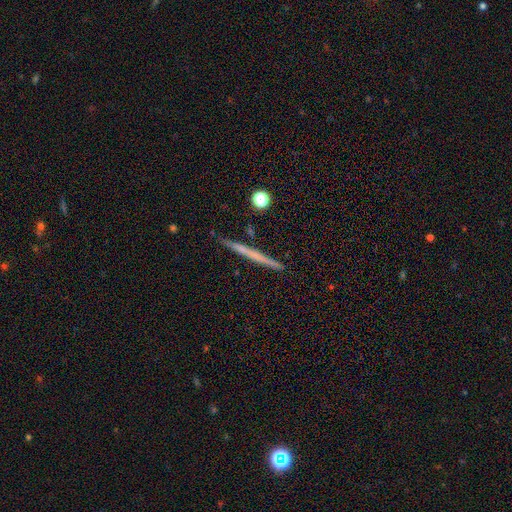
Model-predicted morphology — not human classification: Smooth or featured: featured or disk — 48% (smooth — 45%)
Merging: none — 91% (minor disturbance — 6%)